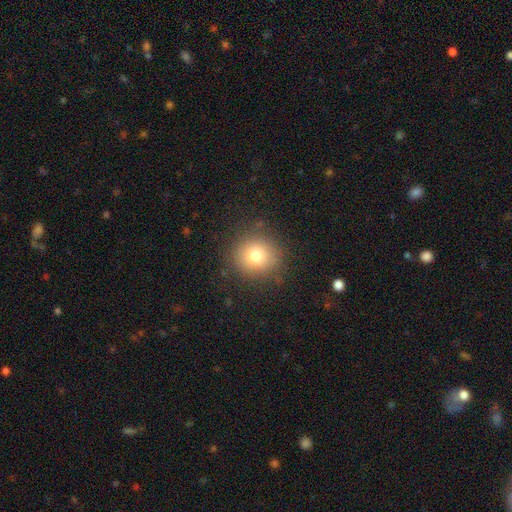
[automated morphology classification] Smooth or featured?
  - smooth: 77% *
  - star or artifact: 13%
  - featured or disk: 10%
How rounded?
  - round: 88% *
  - in between: 11%
  - cigar-shaped: 1%
Merging?
  - none: 85% *
  - minor disturbance: 10%
  - major disturbance: 4%
  - merger: 1%